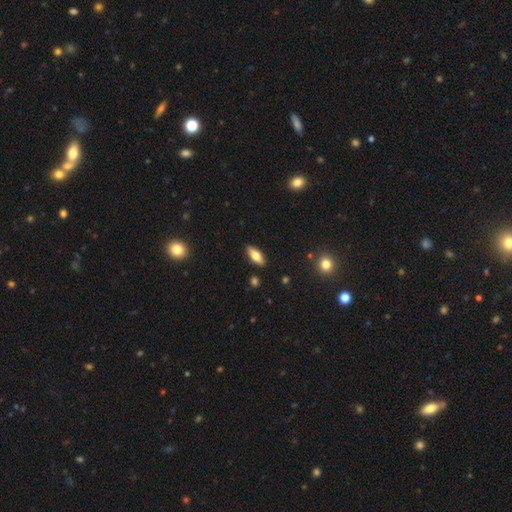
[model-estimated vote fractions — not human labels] Smooth or featured?
  - smooth: 67% *
  - featured or disk: 26%
  - star or artifact: 7%
How rounded?
  - in between: 73% *
  - cigar-shaped: 24%
  - round: 3%
Merging?
  - none: 89% *
  - minor disturbance: 8%
  - major disturbance: 2%
  - merger: 1%